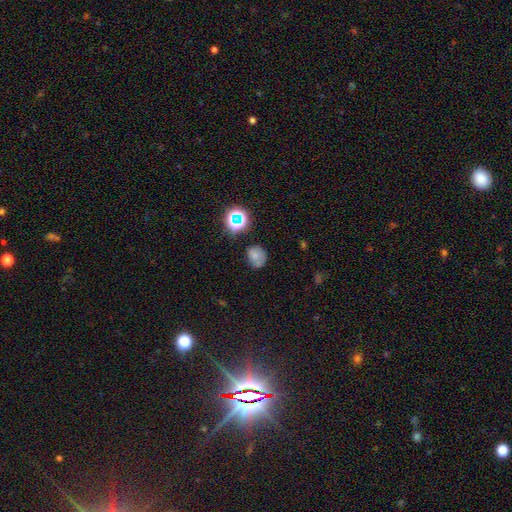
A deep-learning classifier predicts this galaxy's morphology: Smooth or featured?
  - smooth: 68% *
  - star or artifact: 20%
  - featured or disk: 12%
How rounded?
  - round: 64% *
  - in between: 35%
  - cigar-shaped: 1%
Merging?
  - none: 59% *
  - minor disturbance: 25%
  - major disturbance: 8%
  - merger: 8%